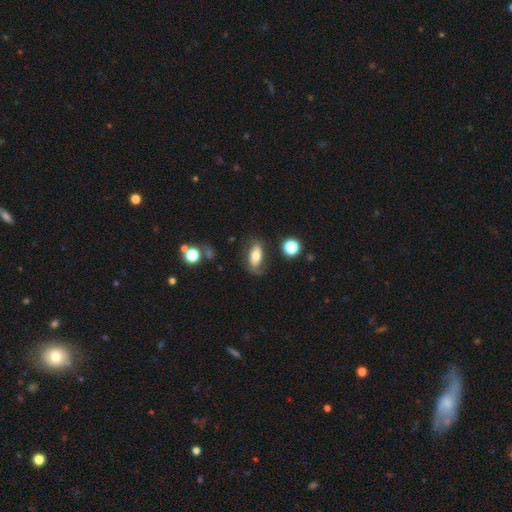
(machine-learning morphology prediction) A smooth galaxy with no disk features (64%) that is in between round and cigar-shaped (84%). Merging: none (65%).